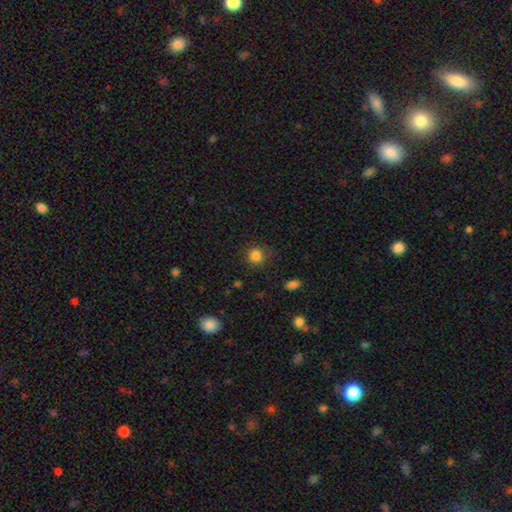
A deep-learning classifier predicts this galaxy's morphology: Smooth or featured? Predicted: smooth (p=0.84). How rounded? Predicted: round (p=0.91). Merging? Predicted: none (p=0.82).